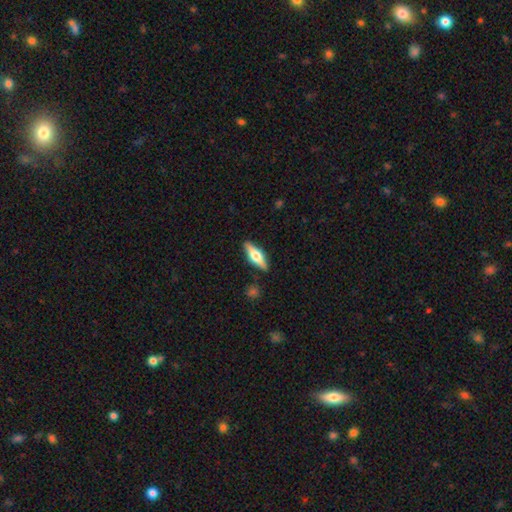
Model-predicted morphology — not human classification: type=featured or disk (58%); edge-on=yes (95%); edge-on bulge=rounded (93%); merging=none (88%).